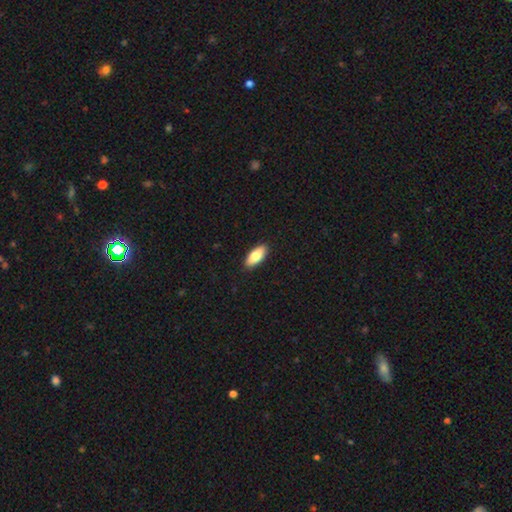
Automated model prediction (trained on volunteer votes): Smooth or featured?
  - smooth: 82% *
  - featured or disk: 12%
  - star or artifact: 6%
How rounded?
  - in between: 85% *
  - cigar-shaped: 13%
  - round: 2%
Merging?
  - none: 90% *
  - minor disturbance: 7%
  - major disturbance: 2%
  - merger: 1%